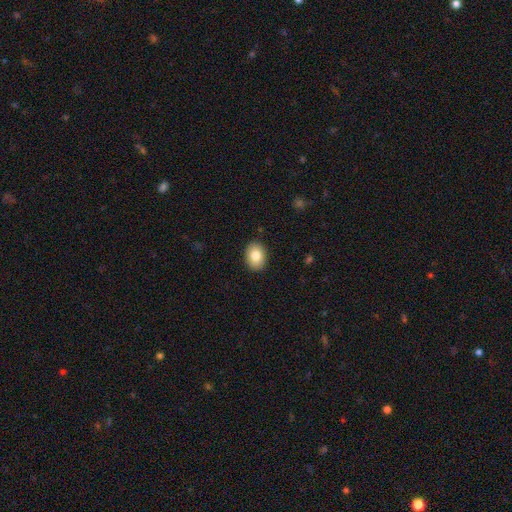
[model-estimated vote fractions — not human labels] A smooth galaxy with no disk features (82%) that is in between round and cigar-shaped (70%). Merging: none (90%).